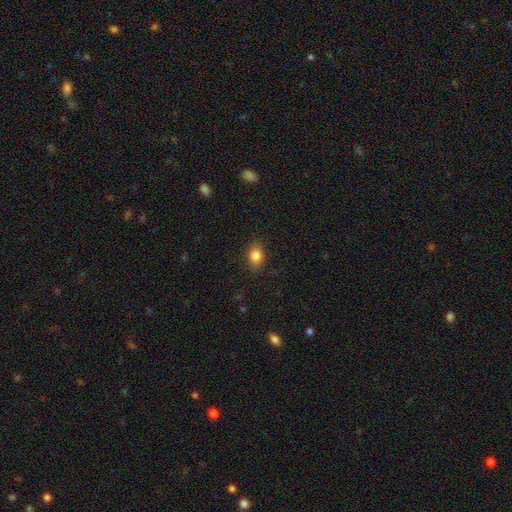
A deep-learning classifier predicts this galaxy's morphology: Smooth or featured? smooth (84%)
How rounded? in between (70%)
Merging? none (87%)